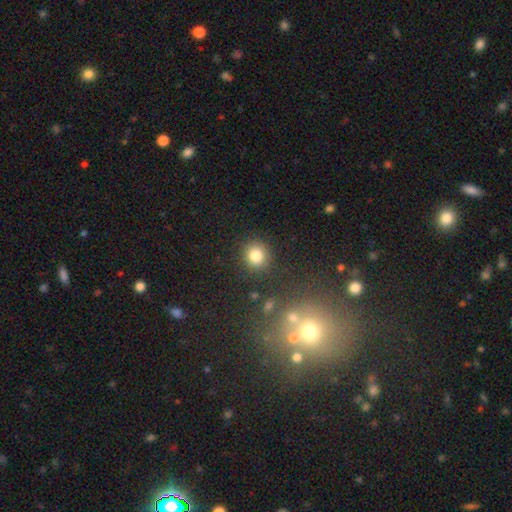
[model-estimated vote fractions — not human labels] A smooth galaxy with no disk features (81%) that is round (90%).

Vote fractions:
- Smooth or featured? smooth: 81% / star or artifact: 12% / featured or disk: 6%
- How rounded? round: 90% / in between: 9% / cigar-shaped: 1%
- Merging? none: 88% / minor disturbance: 7% / major disturbance: 3% / merger: 2%